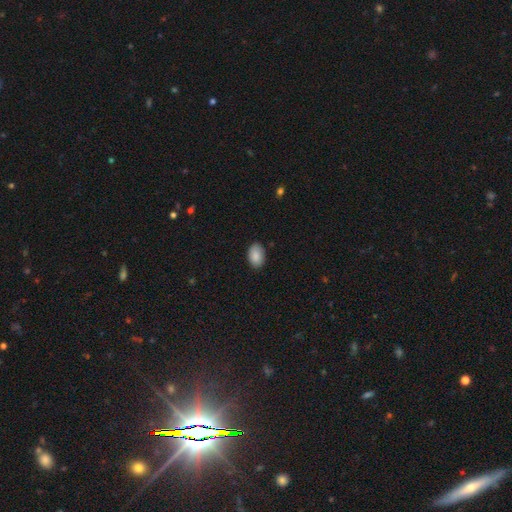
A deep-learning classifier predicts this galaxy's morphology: Smooth or featured? Predicted: smooth (p=0.88). How rounded? Predicted: in between (p=0.88). Merging? Predicted: none (p=0.87).